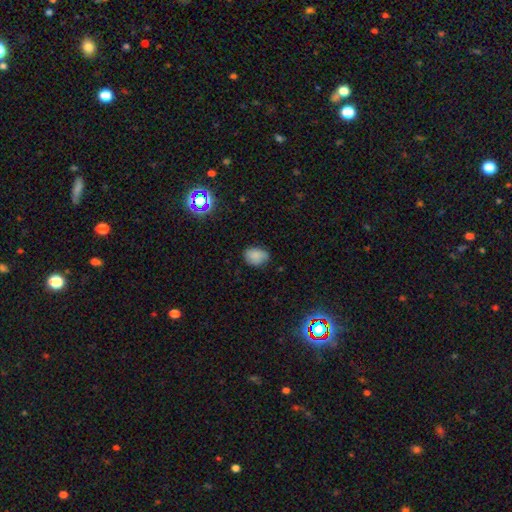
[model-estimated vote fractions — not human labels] Smooth or featured? smooth (81%)
How rounded? in between (68%)
Merging? none (68%)